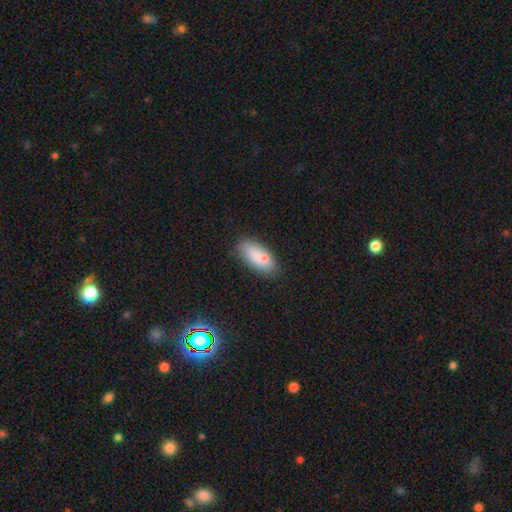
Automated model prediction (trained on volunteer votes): Overall: smooth (79%). How rounded: in between (84%). Merging: none (67%).